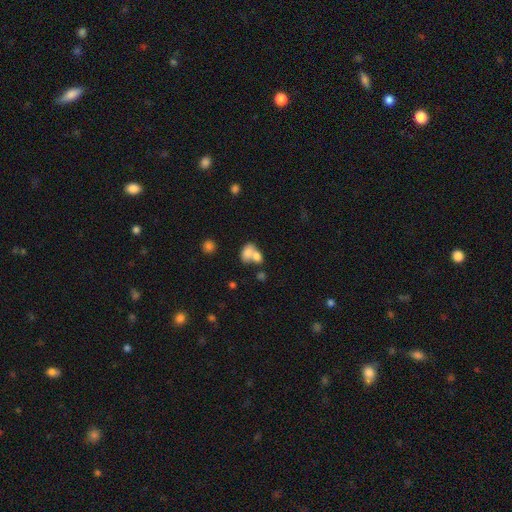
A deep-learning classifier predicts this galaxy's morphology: Smooth or featured? smooth (74%)
How rounded? in between (73%)
Merging? merger (67%)